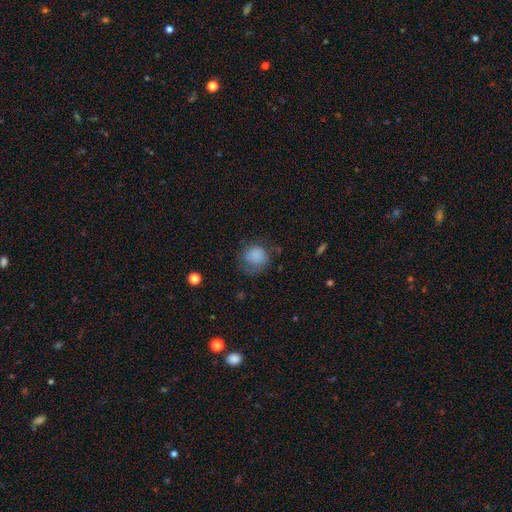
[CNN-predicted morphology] Smooth or featured? smooth (79%)
How rounded? round (77%)
Merging? none (52%)